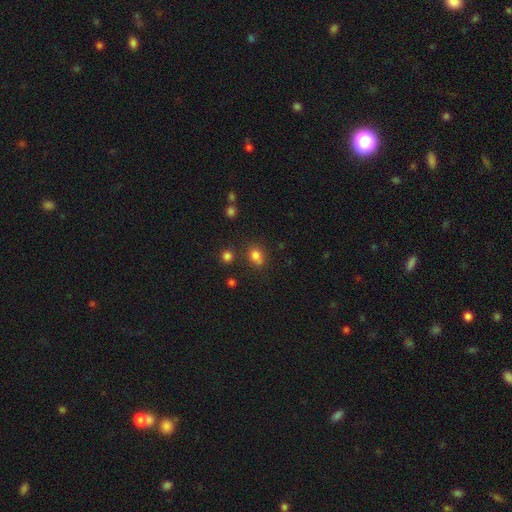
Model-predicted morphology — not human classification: Q: Smooth or featured?
A: smooth (77%); runner-up: star or artifact (15%)
Q: How rounded?
A: round (57%); runner-up: in between (42%)
Q: Merging?
A: none (57%); runner-up: merger (19%)